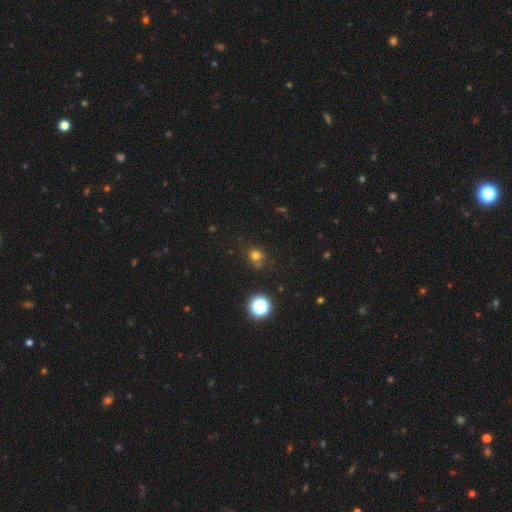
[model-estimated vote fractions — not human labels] The model was most divided on "merging": none: 65%, minor disturbance: 18%, merger: 10%, major disturbance: 7%. More confident: how rounded — round (81%); smooth or featured — smooth (71%).